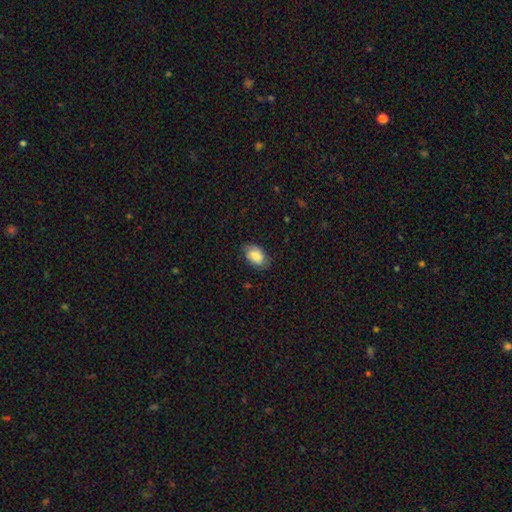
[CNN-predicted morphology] This is likely a smooth galaxy (78%). How rounded: clearly in between (89%). Merging: likely none (76%).